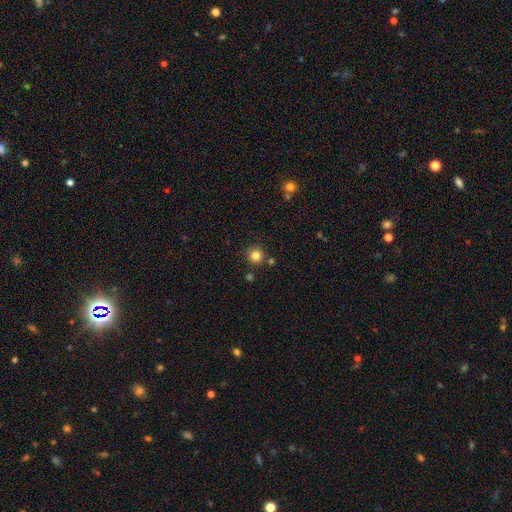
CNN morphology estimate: smooth 83%, star or artifact 13%, featured or disk 4%. Down the decision tree: how rounded — round (94%); merging — none (84%).